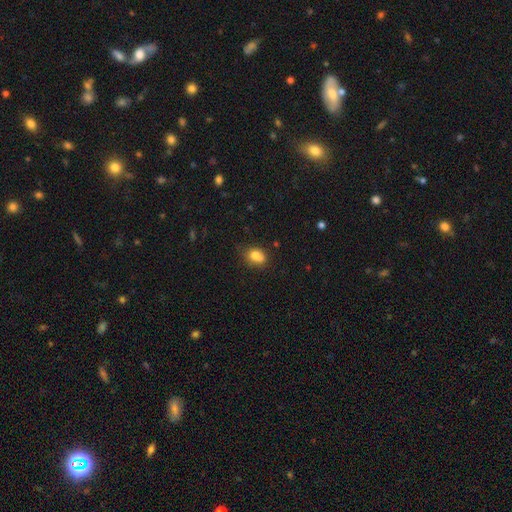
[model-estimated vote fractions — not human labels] smooth_or_featured: smooth (p=0.76) [alt: featured or disk p=0.13]
how_rounded: in between (p=0.52) [alt: round p=0.47]
merging: none (p=0.46) [alt: merger p=0.28]